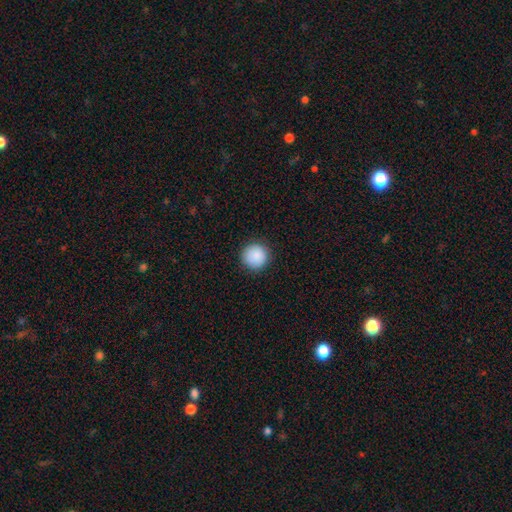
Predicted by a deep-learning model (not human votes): smooth 88%, star or artifact 8%, featured or disk 4%. Down the decision tree: how rounded — round (95%); merging — none (91%).